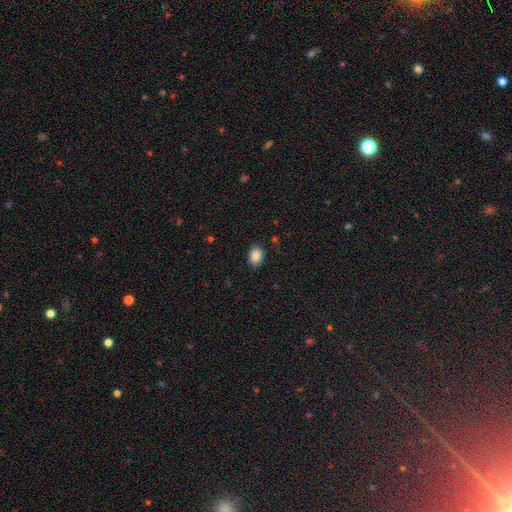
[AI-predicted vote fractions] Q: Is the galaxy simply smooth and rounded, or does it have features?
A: smooth — 87%.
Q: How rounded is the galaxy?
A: in between — 64%.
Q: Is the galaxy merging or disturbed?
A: none — 84%.